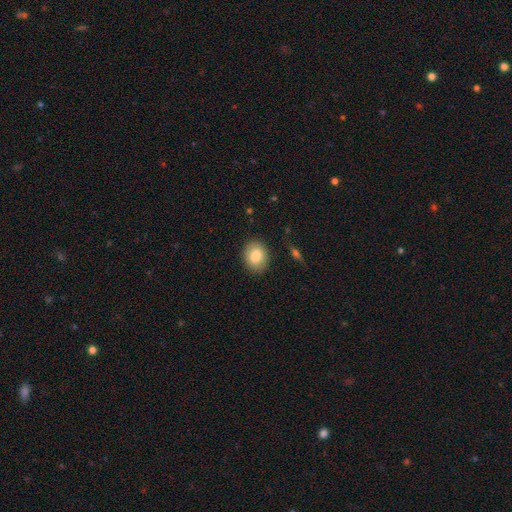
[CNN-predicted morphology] A smooth galaxy with no disk features (82%) that is round (52%). Merging: none (88%).